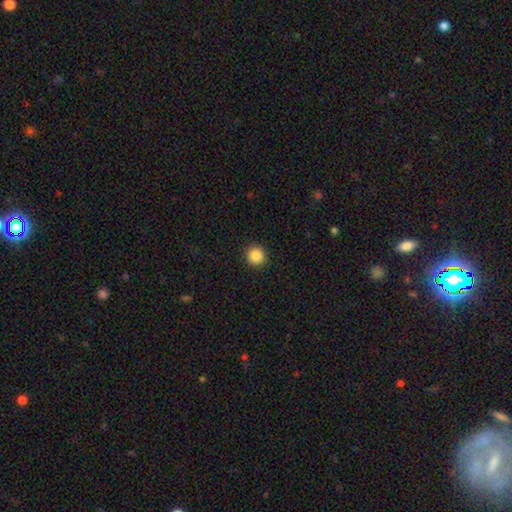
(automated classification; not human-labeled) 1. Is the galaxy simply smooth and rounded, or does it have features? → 86% smooth, 10% star or artifact, 3% featured or disk.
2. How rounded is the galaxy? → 94% round, 5% in between, 1% cigar-shaped.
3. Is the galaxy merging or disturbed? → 93% none, 5% minor disturbance, 2% major disturbance, 1% merger.